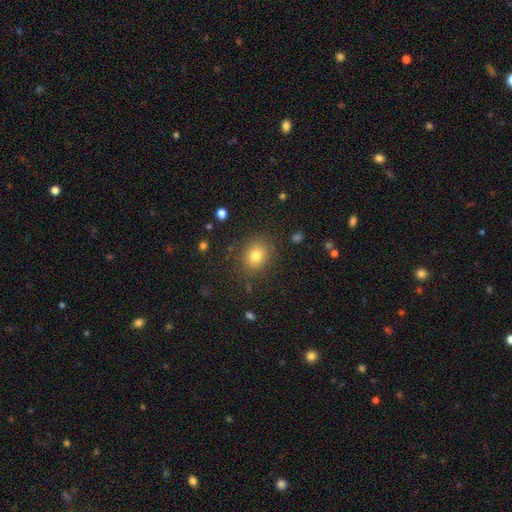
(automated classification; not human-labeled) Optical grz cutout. It shows a smooth galaxy with no disk features (78%) that is round (61%). Merging: none (85%).